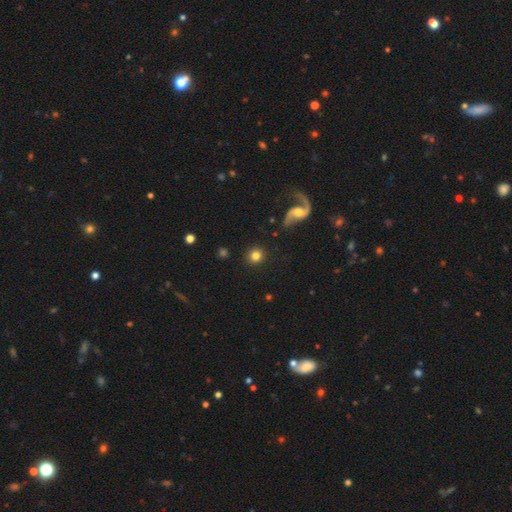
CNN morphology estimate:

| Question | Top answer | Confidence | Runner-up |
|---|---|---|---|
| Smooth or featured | smooth | 78% | featured or disk (13%) |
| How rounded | round | 93% | in between (6%) |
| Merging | none | 90% | minor disturbance (6%) |